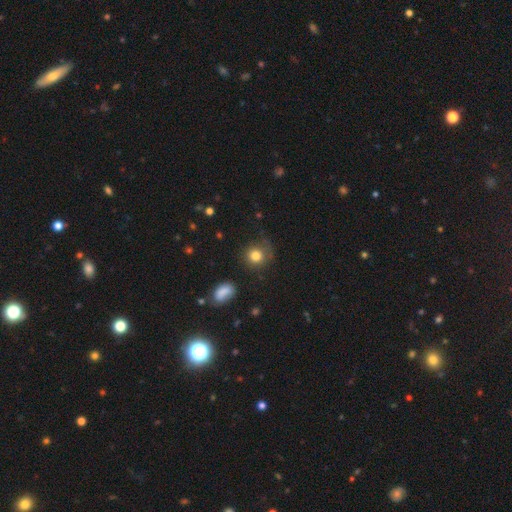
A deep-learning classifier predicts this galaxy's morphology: Smooth or featured: smooth — 81% (star or artifact — 11%)
How rounded: round — 86% (in between — 13%)
Merging: none — 70% (minor disturbance — 19%)